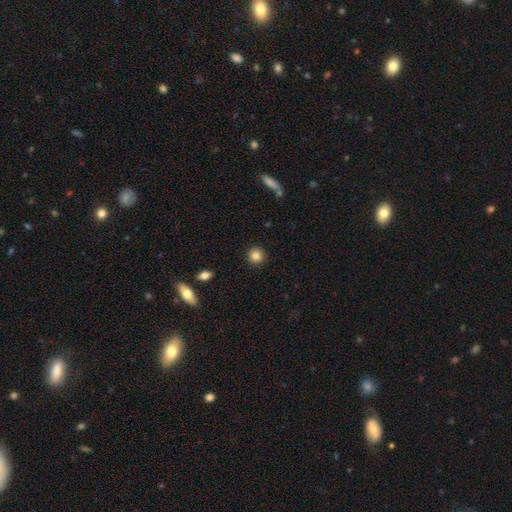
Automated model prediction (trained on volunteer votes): smooth 85%, star or artifact 10%, featured or disk 6%. Down the decision tree: how rounded — round (92%); merging — none (91%).